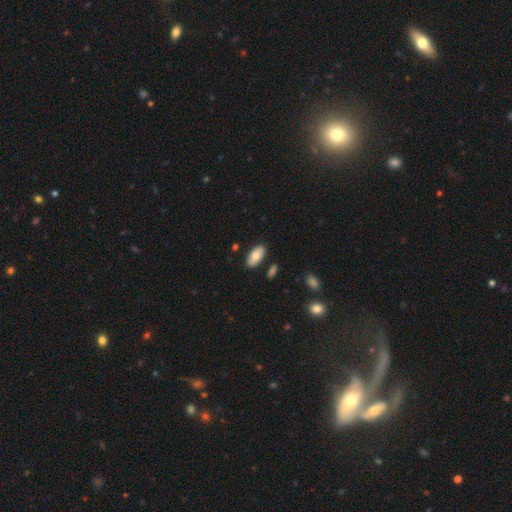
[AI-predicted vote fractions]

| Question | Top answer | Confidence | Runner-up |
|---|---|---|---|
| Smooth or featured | smooth | 75% | featured or disk (19%) |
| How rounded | in between | 94% | cigar-shaped (4%) |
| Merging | none | 86% | minor disturbance (10%) |